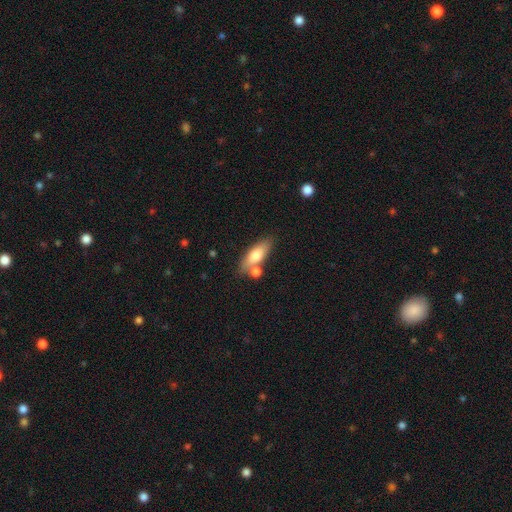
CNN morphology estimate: smooth 71%, featured or disk 22%, star or artifact 7%. Down the decision tree: how rounded — in between (63%); merging — none (63%).